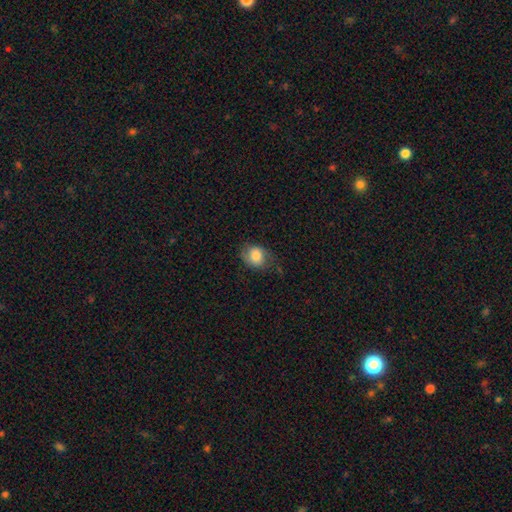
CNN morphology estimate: The model was most divided on "how rounded": in between: 51%, round: 48%, cigar-shaped: 1%. More confident: smooth or featured — smooth (74%); merging — none (62%).